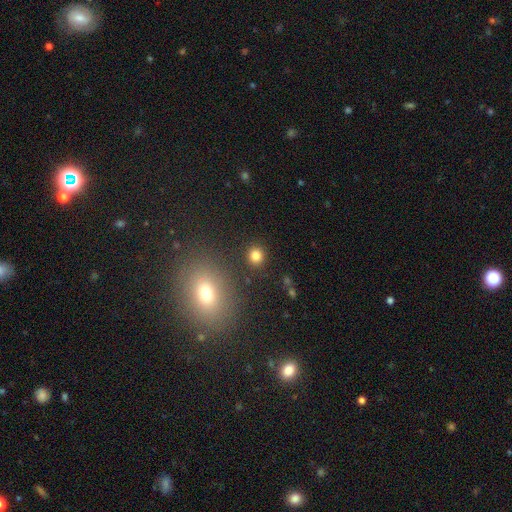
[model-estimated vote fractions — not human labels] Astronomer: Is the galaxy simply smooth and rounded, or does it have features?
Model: smooth — 82%.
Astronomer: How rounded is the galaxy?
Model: round — 86%.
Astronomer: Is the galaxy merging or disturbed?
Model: none — 88%.